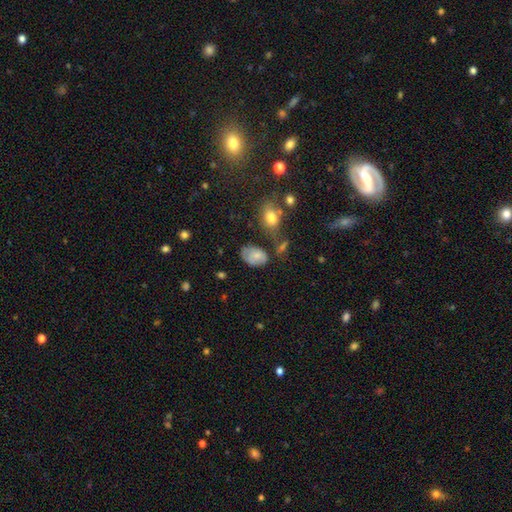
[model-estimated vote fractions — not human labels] Morphology: type=smooth (75%); roundness=in between (88%); merging=none (50%).